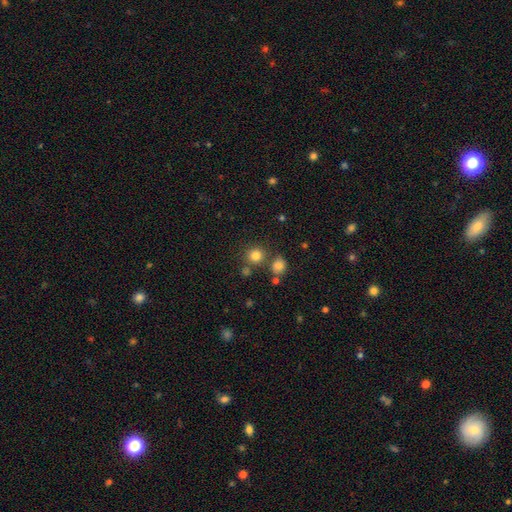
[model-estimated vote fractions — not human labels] Smooth or featured? smooth (80%)
How rounded? round (91%)
Merging? none (77%)